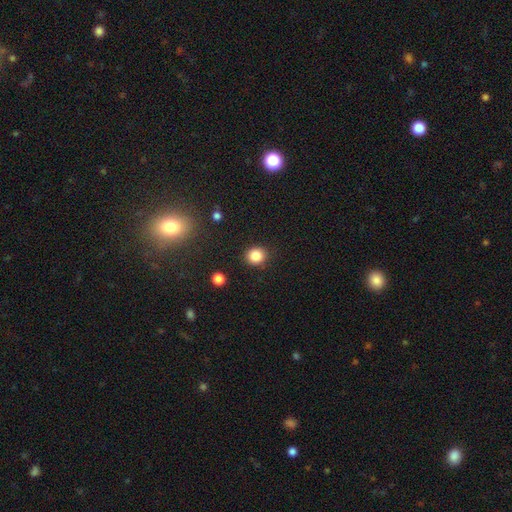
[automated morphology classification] smooth 85%, star or artifact 11%, featured or disk 4%. Down the decision tree: how rounded — round (85%); merging — none (89%).